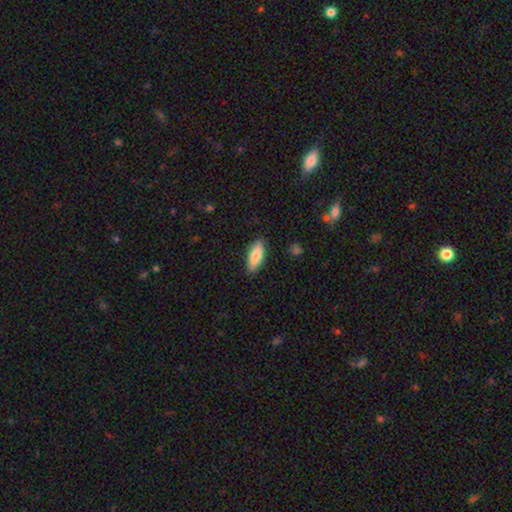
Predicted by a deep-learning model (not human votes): This is likely a smooth galaxy (79%). How rounded: likely in between (61%). Merging: clearly none (87%).